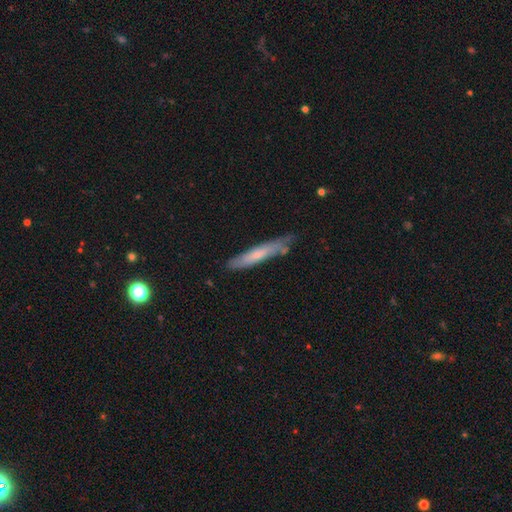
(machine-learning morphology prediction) Smooth or featured? Predicted: smooth (p=0.55). How rounded? Predicted: cigar-shaped (p=0.93). Merging? Predicted: none (p=0.74).